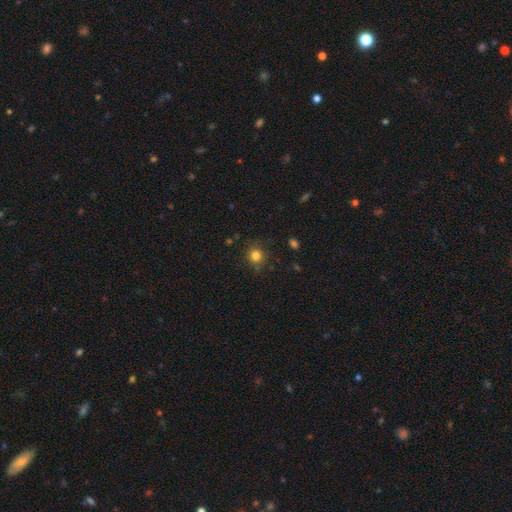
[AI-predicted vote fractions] Overall: smooth (81%). How rounded: round (89%). Merging: none (84%).